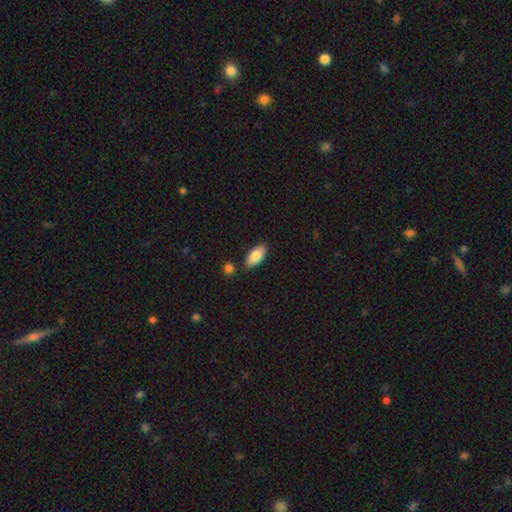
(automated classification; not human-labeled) Smooth or featured: smooth — 81% (featured or disk — 12%)
How rounded: in between — 89% (cigar-shaped — 8%)
Merging: none — 82% (minor disturbance — 11%)